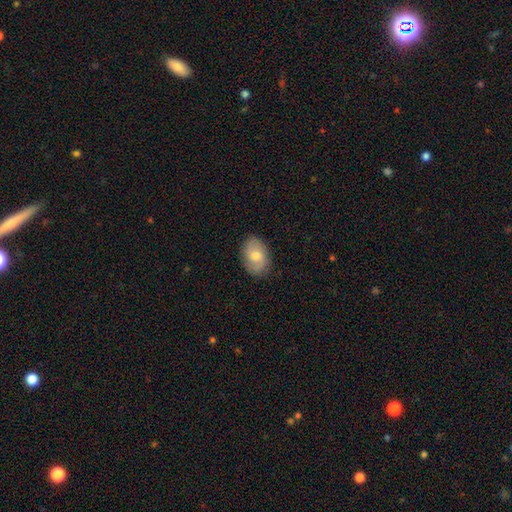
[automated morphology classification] A smooth galaxy with no disk features (60%) that is in between round and cigar-shaped (81%). Merging: none (82%).